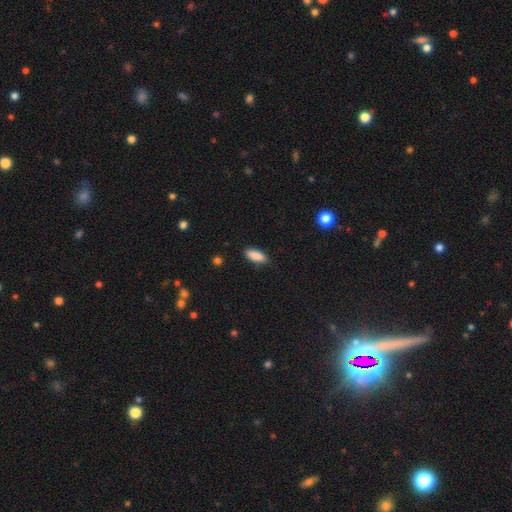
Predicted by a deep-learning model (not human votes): Smooth or featured? smooth (88%)
How rounded? in between (80%)
Merging? none (81%)